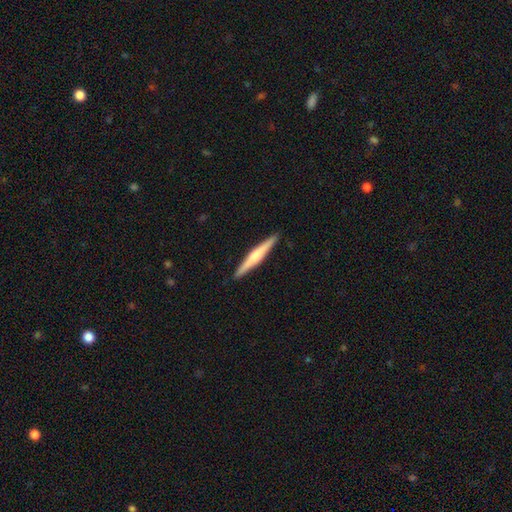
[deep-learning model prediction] A featured or disk galaxy (55%) viewed edge-on (98%) with a rounded central bulge (71%). Merging: none (92%).